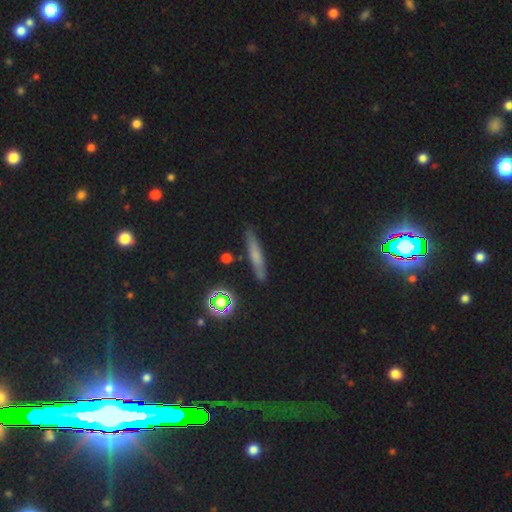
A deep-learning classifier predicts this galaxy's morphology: Smooth or featured?
  - smooth: 57% *
  - featured or disk: 26%
  - star or artifact: 17%
How rounded?
  - cigar-shaped: 85% *
  - in between: 9%
  - round: 6%
Merging?
  - none: 85% *
  - minor disturbance: 10%
  - merger: 2%
  - major disturbance: 2%